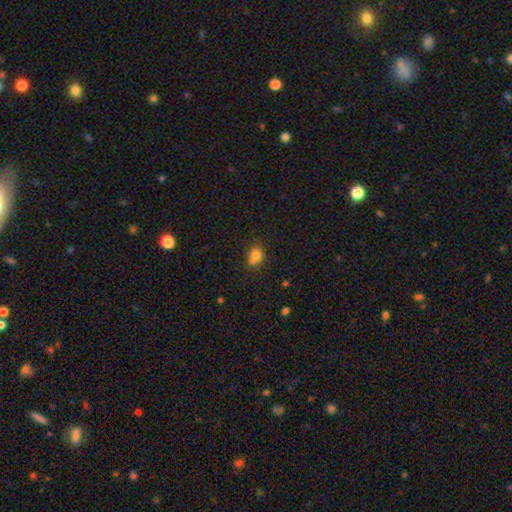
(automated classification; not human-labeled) Smooth or featured: smooth — 76% (star or artifact — 14%)
How rounded: round — 52% (in between — 46%)
Merging: none — 53% (merger — 24%)